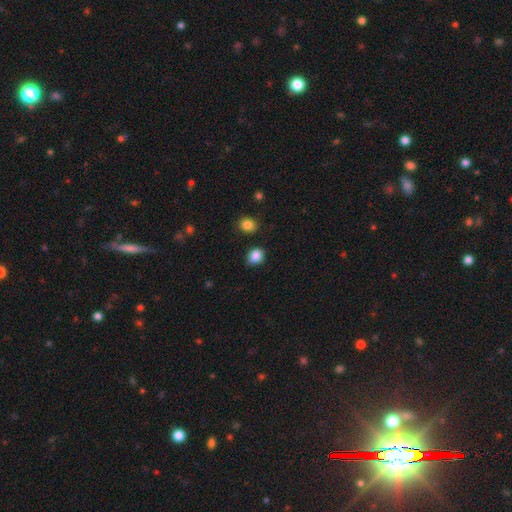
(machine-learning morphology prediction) This is clearly a smooth galaxy (86%). How rounded: possibly round (56%). Merging: likely none (71%).